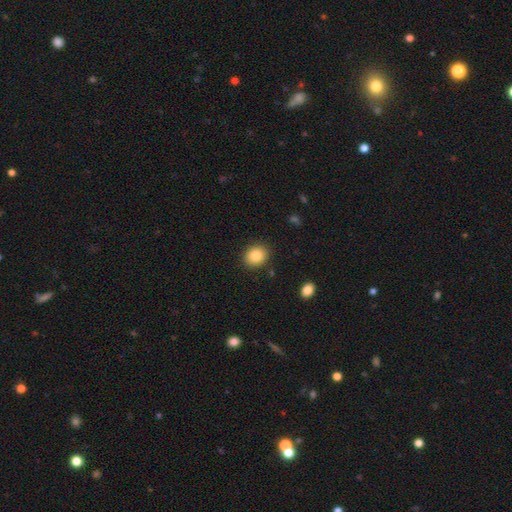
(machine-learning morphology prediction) Smooth or featured? smooth (84%)
How rounded? round (64%)
Merging? none (89%)